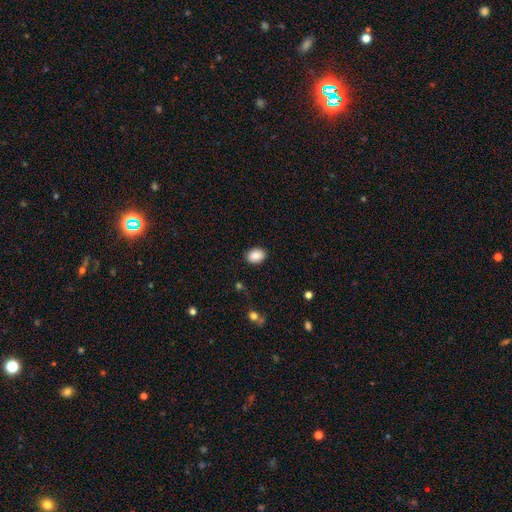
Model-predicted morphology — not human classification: Smooth or featured: smooth — 87% (star or artifact — 8%)
How rounded: in between — 66% (round — 33%)
Merging: none — 89% (minor disturbance — 7%)